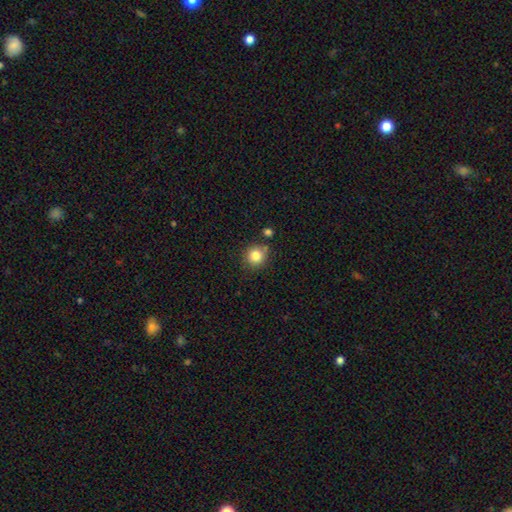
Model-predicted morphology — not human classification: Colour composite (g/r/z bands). It shows a smooth galaxy with no disk features (83%) that is round (90%). Merging: none (75%).